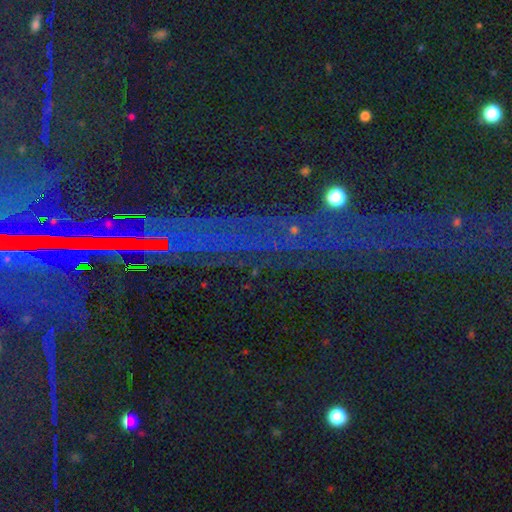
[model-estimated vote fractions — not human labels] Morphology: type=star or artifact (85%).